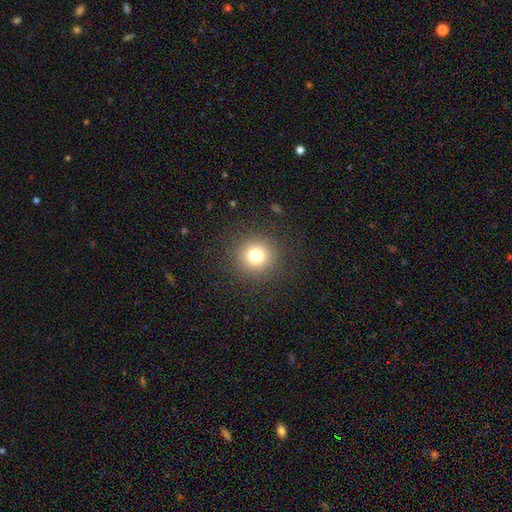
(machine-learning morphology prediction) type=smooth (78%); roundness=round (94%); merging=none (89%).